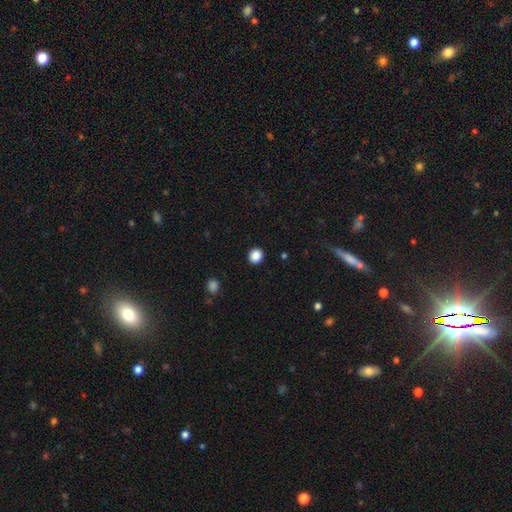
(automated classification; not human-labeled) A smooth galaxy with no disk features (88%) that is round (88%).

Vote fractions:
- Smooth or featured? smooth: 88% / star or artifact: 10% / featured or disk: 2%
- How rounded? round: 88% / in between: 11% / cigar-shaped: 1%
- Merging? none: 93% / minor disturbance: 4% / major disturbance: 2% / merger: 1%